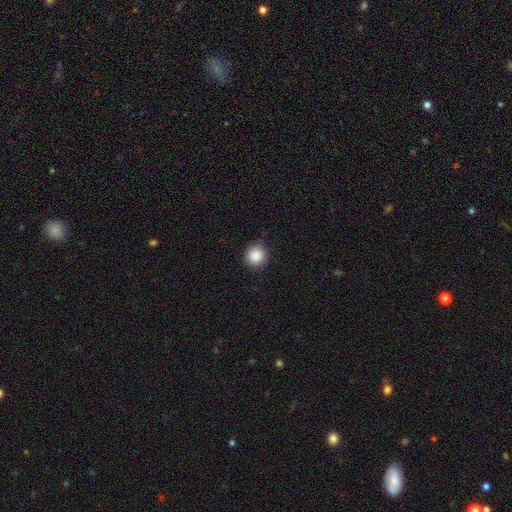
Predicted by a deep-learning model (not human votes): smooth-or-featured: smooth: 88% | star or artifact: 9% | featured or disk: 3%
  how-rounded: round: 92% | in between: 7% | cigar-shaped: 1%
  merging: none: 84% | minor disturbance: 12% | major disturbance: 3% | merger: 1%